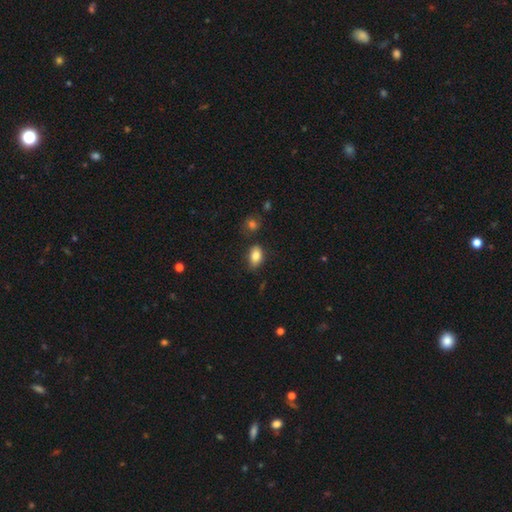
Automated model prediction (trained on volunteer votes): A smooth galaxy with no disk features (83%) that is in between round and cigar-shaped (89%). Merging: none (74%).